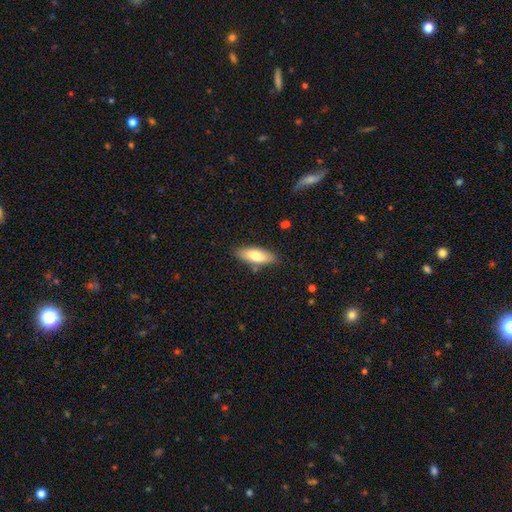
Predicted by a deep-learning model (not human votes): A smooth galaxy with no disk features (77%) that is in between round and cigar-shaped (70%). Merging: none (83%).